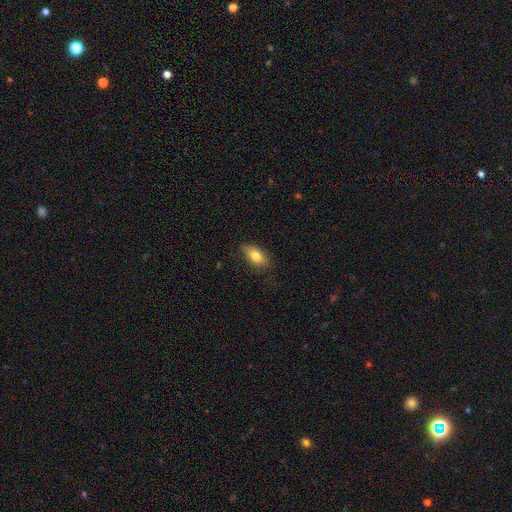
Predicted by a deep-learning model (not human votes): The model was most divided on "merging": none: 76%, minor disturbance: 19%, major disturbance: 4%, merger: 1%. More confident: how rounded — in between (86%); smooth or featured — smooth (77%).